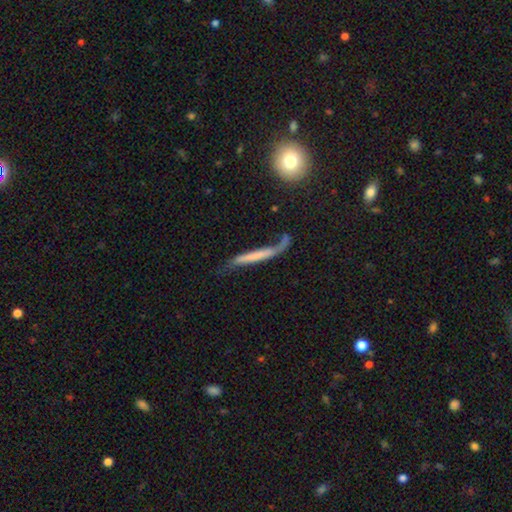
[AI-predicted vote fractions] A smooth galaxy with no disk features (48%). Merging: none (36%).